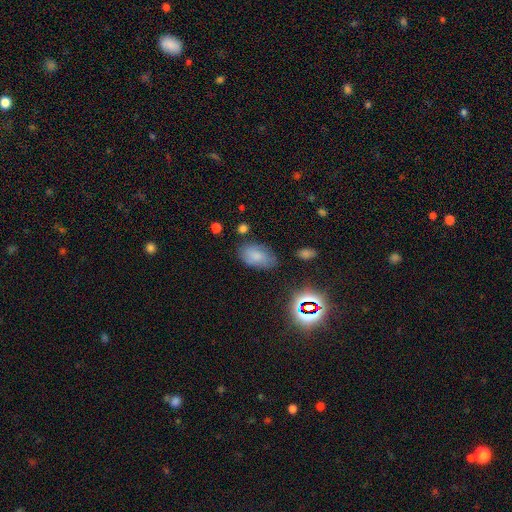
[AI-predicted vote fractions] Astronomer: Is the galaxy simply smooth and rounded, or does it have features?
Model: smooth — 75%.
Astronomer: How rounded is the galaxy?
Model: in between — 92%.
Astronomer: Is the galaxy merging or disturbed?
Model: none — 72%.